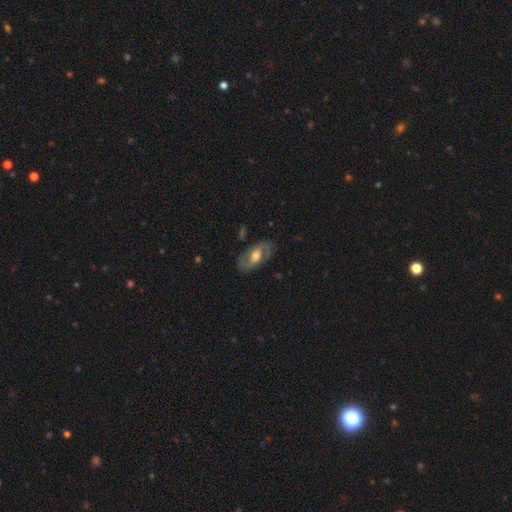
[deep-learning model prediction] Smooth or featured? Predicted: featured or disk (p=0.73). Edge-on disk? Predicted: no (p=0.93). Bar? Predicted: no (p=0.42). Spiral arms? Predicted: yes (p=0.83). Spiral winding? Predicted: medium (p=0.49). Spiral arm count? Predicted: 2 (p=0.85). Bulge size? Predicted: moderate (p=0.65). Merging? Predicted: none (p=0.78).